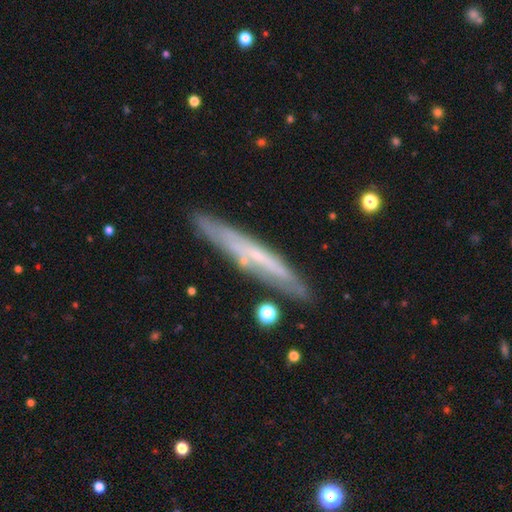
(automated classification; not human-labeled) Q: Smooth or featured?
A: featured or disk (60%); runner-up: smooth (33%)
Q: Edge-on disk?
A: yes (85%); runner-up: no (15%)
Q: Edge-on bulge?
A: none (74%); runner-up: rounded (21%)
Q: Merging?
A: none (81%); runner-up: minor disturbance (13%)